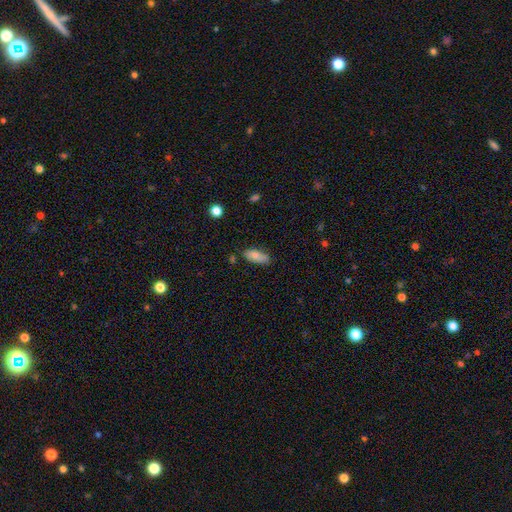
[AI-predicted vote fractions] This is clearly a smooth galaxy (83%). How rounded: likely in between (79%). Merging: likely none (73%).